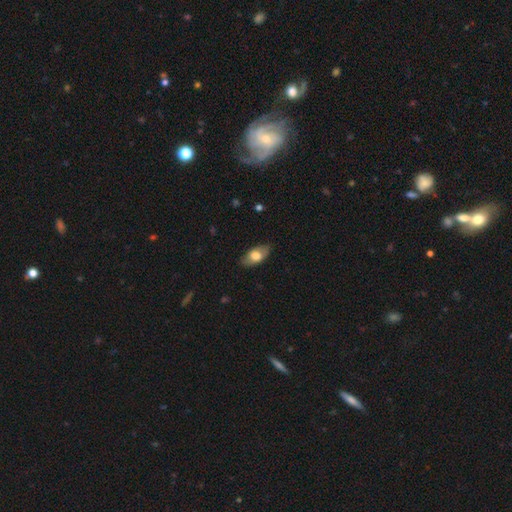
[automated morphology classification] Q: Smooth or featured?
A: smooth (68%); runner-up: featured or disk (26%)
Q: How rounded?
A: in between (90%); runner-up: cigar-shaped (5%)
Q: Merging?
A: none (81%); runner-up: minor disturbance (14%)